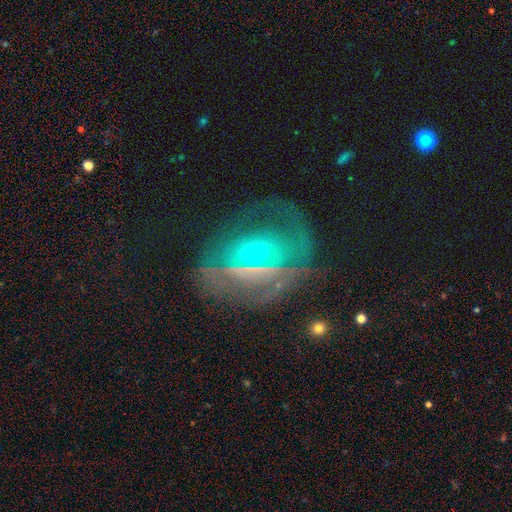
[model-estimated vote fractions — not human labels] Smooth or featured?
  - featured or disk: 64% *
  - smooth: 22%
  - star or artifact: 14%
Edge-on disk?
  - no: 90% *
  - yes: 10%
Bar?
  - no: 62% *
  - weak: 25%
  - strong: 13%
Spiral arms?
  - yes: 59% *
  - no: 41%
Bulge size?
  - small: 52% *
  - moderate: 40%
  - large: 4%
  - none: 2%
  - dominant: 2%
Merging?
  - none: 56% *
  - minor disturbance: 21%
  - major disturbance: 18%
  - merger: 5%